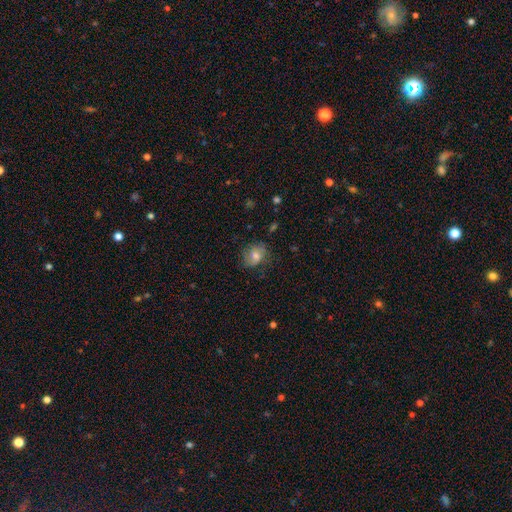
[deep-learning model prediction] smooth-or-featured: smooth: 57% | featured or disk: 32% | star or artifact: 11%
  how-rounded: round: 50% | in between: 49% | cigar-shaped: 1%
  merging: none: 66% | minor disturbance: 23% | major disturbance: 9% | merger: 1%